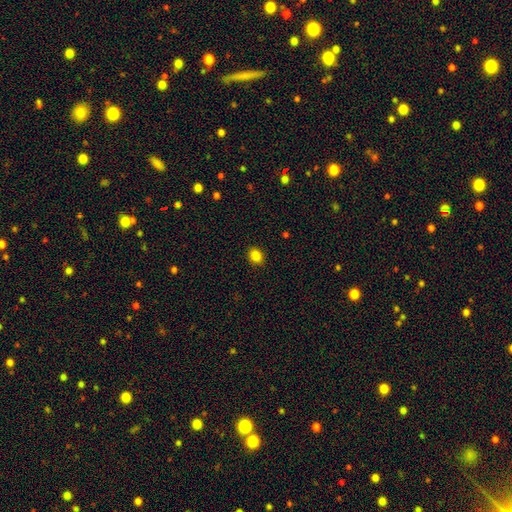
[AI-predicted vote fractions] Morphology: type=smooth (85%); roundness=round (52%); merging=none (90%).